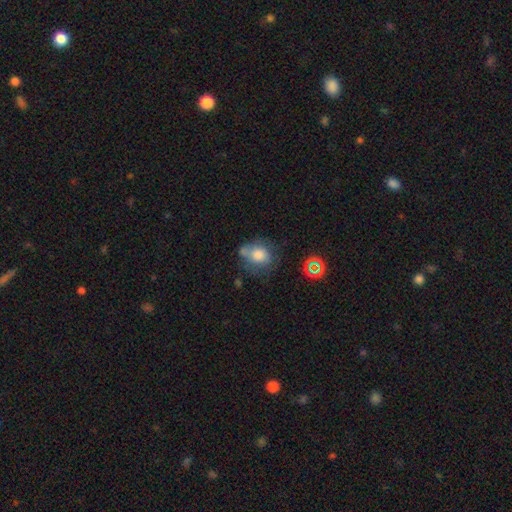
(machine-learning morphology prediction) A smooth galaxy with no disk features (64%) that is round (62%). Merging: none (48%).